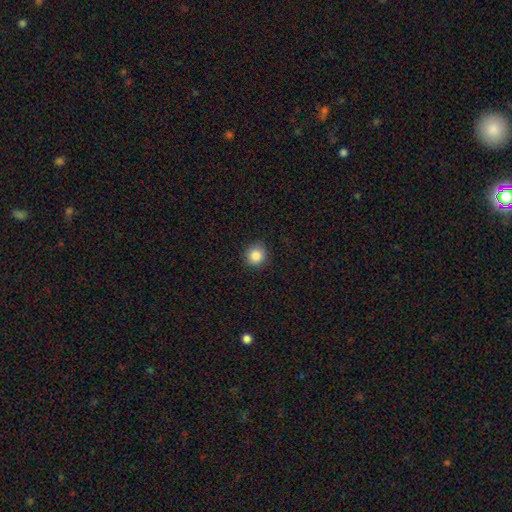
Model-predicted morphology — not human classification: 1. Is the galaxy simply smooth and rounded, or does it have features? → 86% smooth, 10% star or artifact, 4% featured or disk.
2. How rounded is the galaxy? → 91% round, 8% in between, 1% cigar-shaped.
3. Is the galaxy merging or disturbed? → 88% none, 9% minor disturbance, 2% major disturbance, 1% merger.